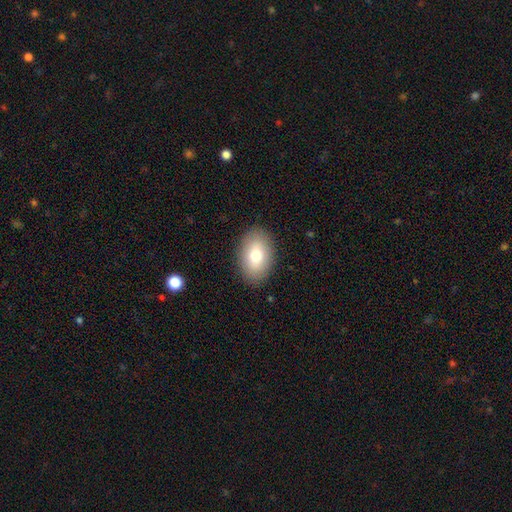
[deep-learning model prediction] A smooth galaxy with no disk features (77%) that is in between round and cigar-shaped (89%). Merging: none (87%).